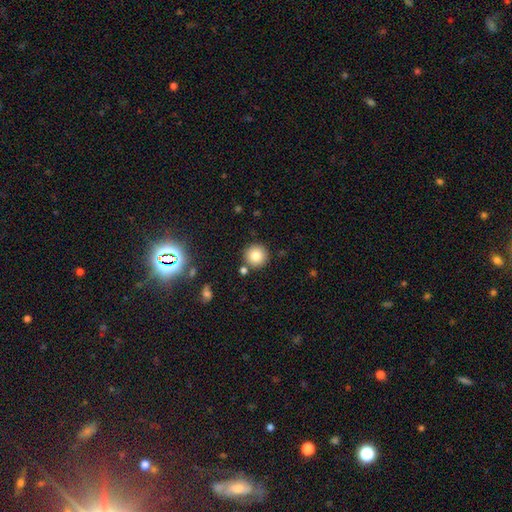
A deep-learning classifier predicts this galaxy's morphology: A smooth galaxy with no disk features (83%) that is round (95%).

Vote fractions:
- Smooth or featured? smooth: 83% / star or artifact: 11% / featured or disk: 6%
- How rounded? round: 95% / in between: 4% / cigar-shaped: 1%
- Merging? none: 85% / minor disturbance: 7% / merger: 6% / major disturbance: 2%